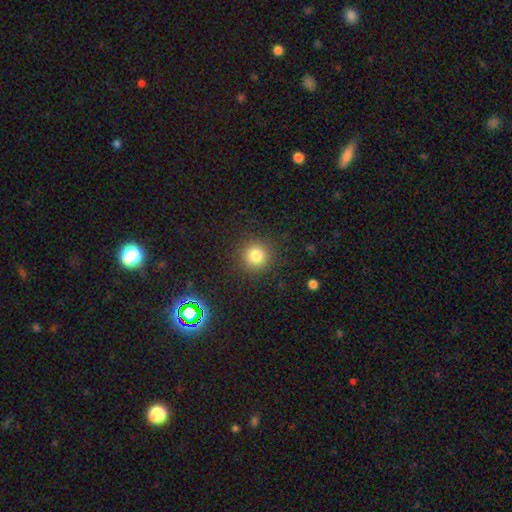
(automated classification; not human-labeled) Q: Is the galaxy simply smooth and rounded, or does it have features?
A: smooth — 81%.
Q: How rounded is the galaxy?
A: round — 94%.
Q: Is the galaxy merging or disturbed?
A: none — 90%.